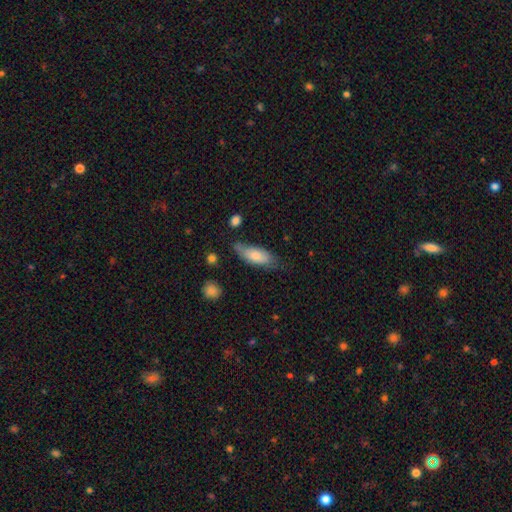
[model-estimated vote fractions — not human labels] Morphology: type=smooth (75%); roundness=in between (73%); merging=none (61%).